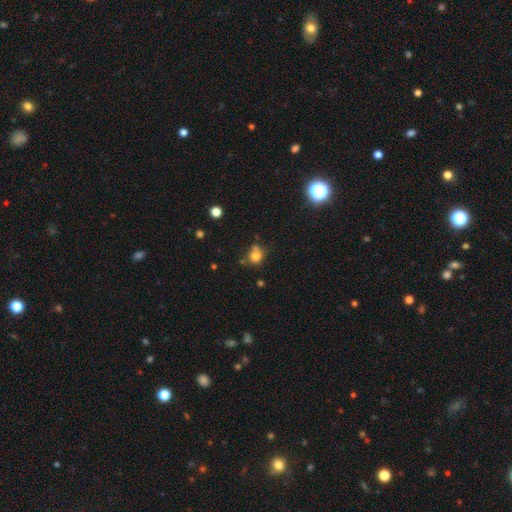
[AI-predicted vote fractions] Smooth or featured? smooth (78%)
How rounded? round (77%)
Merging? none (56%)